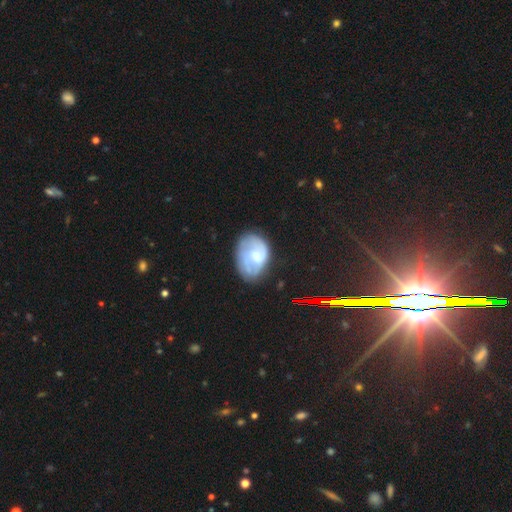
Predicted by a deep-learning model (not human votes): smooth_or_featured: featured or disk (p=0.56) [alt: smooth p=0.37]
disk_edge_on: no (p=0.97) [alt: yes p=0.03]
bar: no (p=0.51) [alt: weak p=0.42]
has_spiral_arms: yes (p=0.74) [alt: no p=0.26]
bulge_size: moderate (p=0.42) [alt: small p=0.39]
merging: none (p=0.56) [alt: minor disturbance p=0.28]